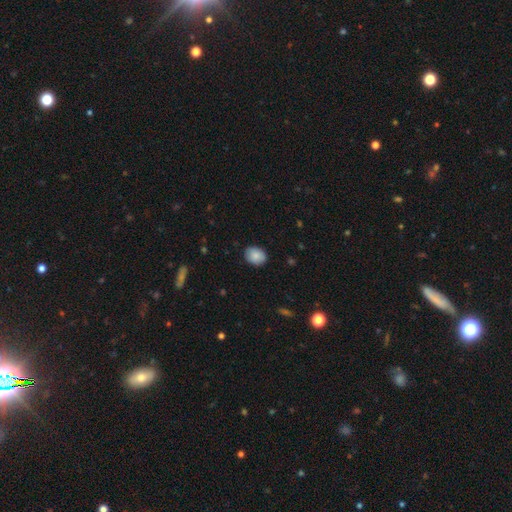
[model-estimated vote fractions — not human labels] smooth-or-featured: smooth: 85% | featured or disk: 7% | star or artifact: 7%
  how-rounded: in between: 58% | round: 41% | cigar-shaped: 1%
  merging: none: 86% | minor disturbance: 11% | major disturbance: 2% | merger: 1%